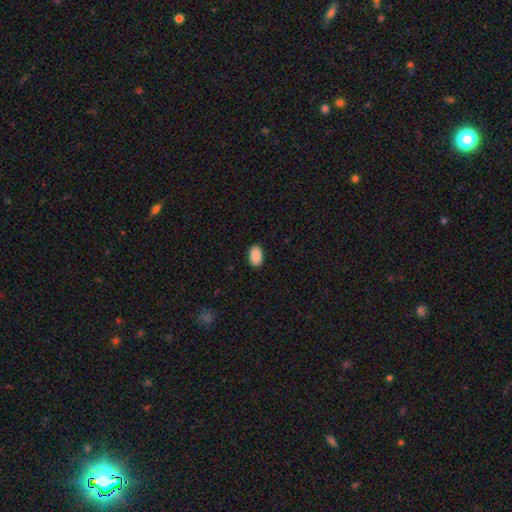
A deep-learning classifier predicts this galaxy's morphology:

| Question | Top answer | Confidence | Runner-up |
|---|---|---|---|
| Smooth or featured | smooth | 90% | star or artifact (7%) |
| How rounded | in between | 93% | round (6%) |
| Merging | none | 90% | minor disturbance (8%) |